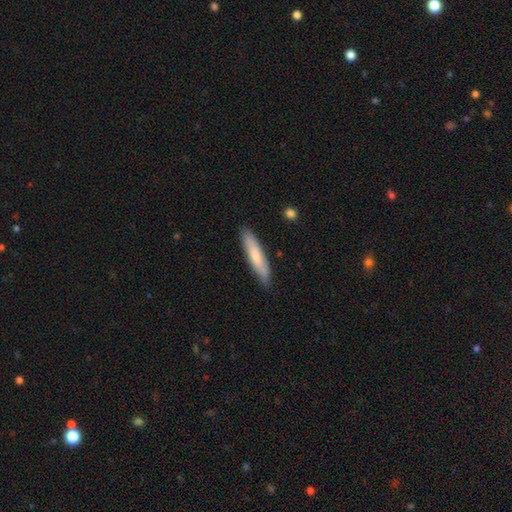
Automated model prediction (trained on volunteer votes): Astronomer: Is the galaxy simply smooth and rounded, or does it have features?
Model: smooth — 72%.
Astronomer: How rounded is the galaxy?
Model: cigar-shaped — 83%.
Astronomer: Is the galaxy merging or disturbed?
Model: none — 86%.